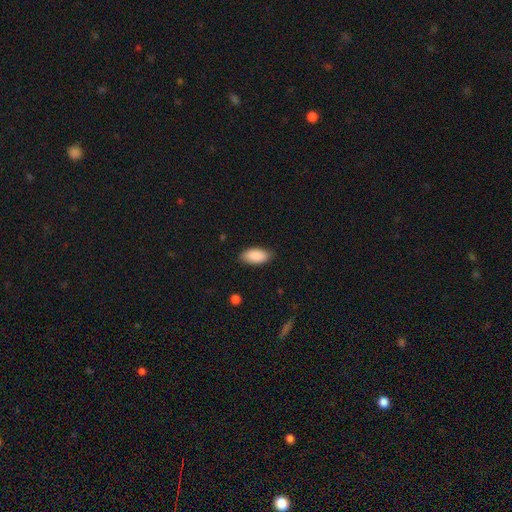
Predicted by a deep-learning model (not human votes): smooth 90%, star or artifact 6%, featured or disk 4%. Down the decision tree: how rounded — in between (93%); merging — none (84%).